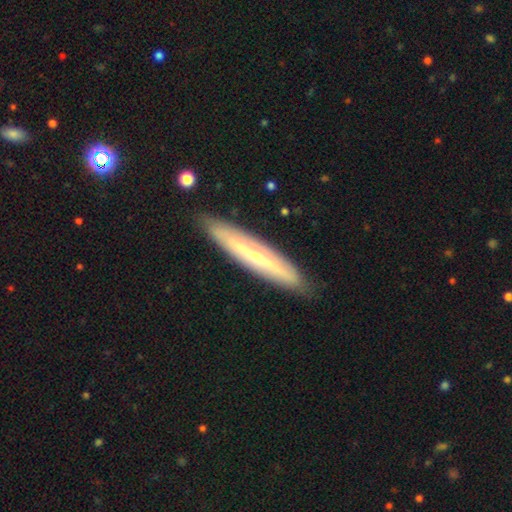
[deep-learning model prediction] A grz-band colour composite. It shows a featured or disk galaxy (65%) viewed edge-on (76%). Merging: none (87%).